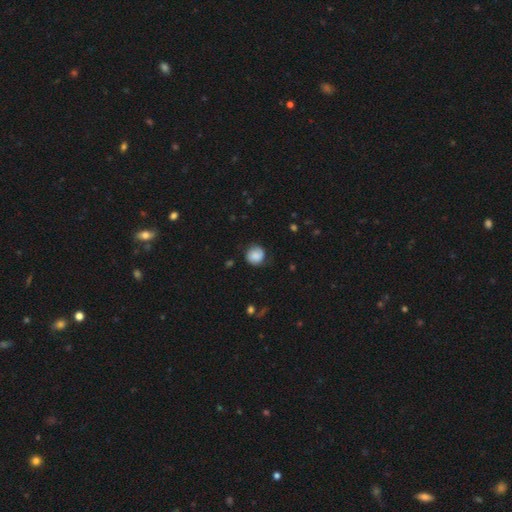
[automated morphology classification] A smooth galaxy with no disk features (75%) that is round (86%). Merging: none (71%).